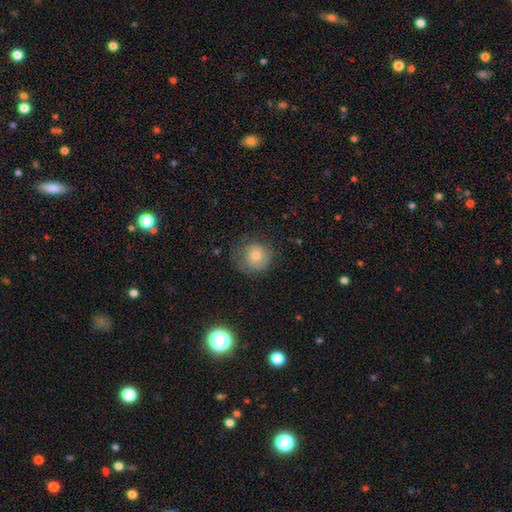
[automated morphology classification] smooth_or_featured: smooth (p=0.72) [alt: featured or disk p=0.19]
how_rounded: round (p=0.89) [alt: in between p=0.10]
merging: none (p=0.63) [alt: minor disturbance p=0.23]